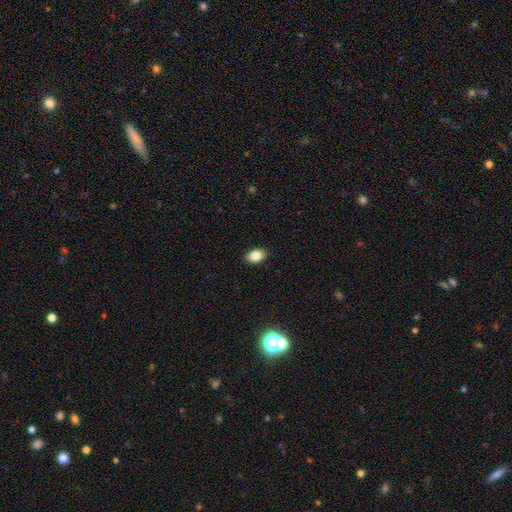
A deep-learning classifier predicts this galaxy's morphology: This appears to be a smooth galaxy with no disk features (85%) that is in between round and cigar-shaped (78%). Merging: none (90%).